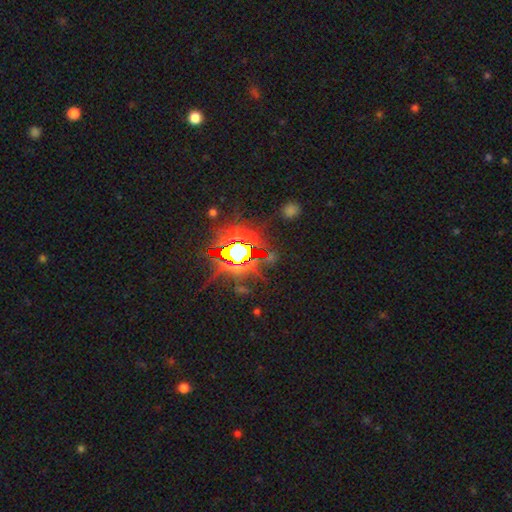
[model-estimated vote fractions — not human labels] Smooth or featured? Predicted: star or artifact (p=0.84).